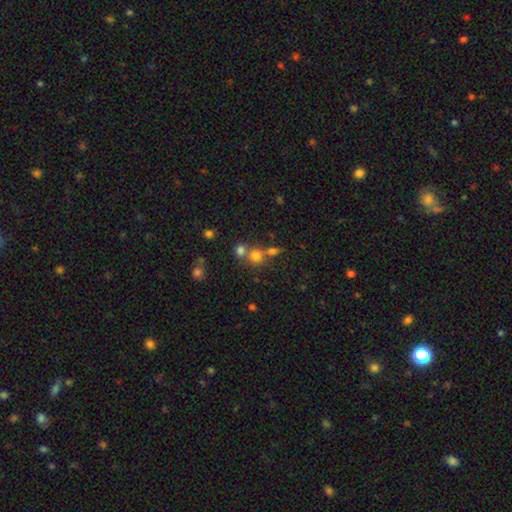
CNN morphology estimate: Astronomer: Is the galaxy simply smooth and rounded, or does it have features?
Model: smooth — 69%.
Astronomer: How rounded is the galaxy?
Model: round — 85%.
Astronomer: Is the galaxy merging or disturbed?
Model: none — 48% (runner-up: merger, 40%).